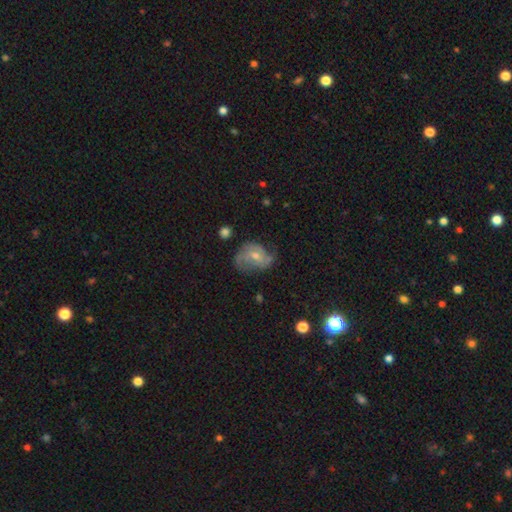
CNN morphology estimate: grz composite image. It shows a featured or disk galaxy (70%) with no bar (64%), 2 (46%) medium (45%) spiral arms (88%) and a small central bulge (51%). Merging: none (60%).